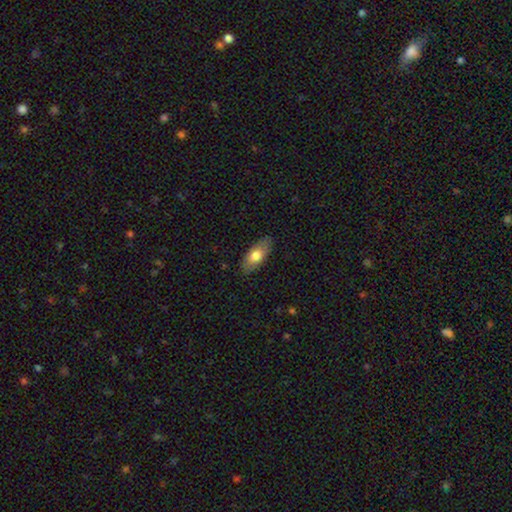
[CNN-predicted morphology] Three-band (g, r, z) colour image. It shows a smooth galaxy with no disk features (70%) that is in between round and cigar-shaped (85%). Merging: none (85%).